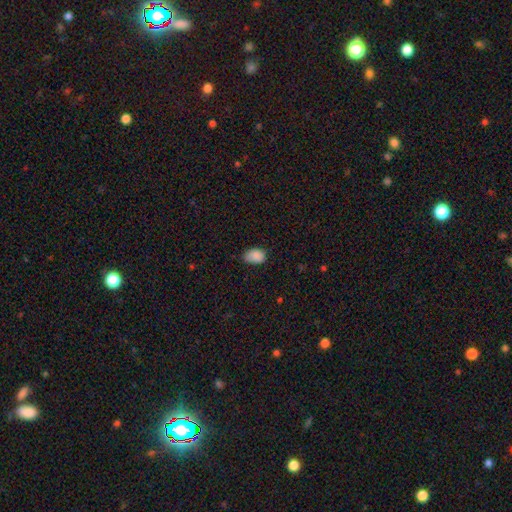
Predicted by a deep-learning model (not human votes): Smooth or featured? Predicted: smooth (p=0.87). How rounded? Predicted: in between (p=0.84). Merging? Predicted: none (p=0.58).